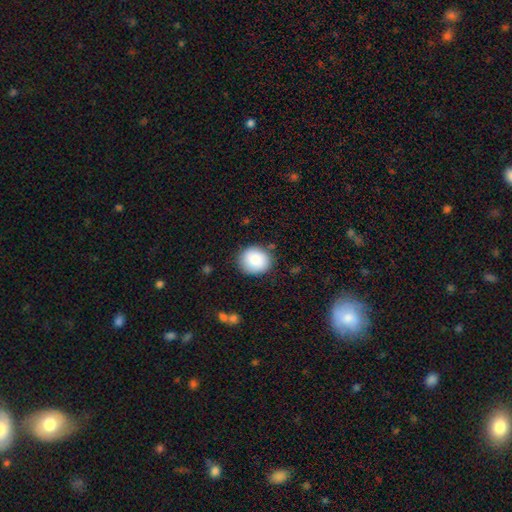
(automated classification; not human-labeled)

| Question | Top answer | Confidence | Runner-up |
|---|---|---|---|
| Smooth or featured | smooth | 86% | star or artifact (7%) |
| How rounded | round | 83% | in between (16%) |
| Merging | none | 83% | minor disturbance (12%) |